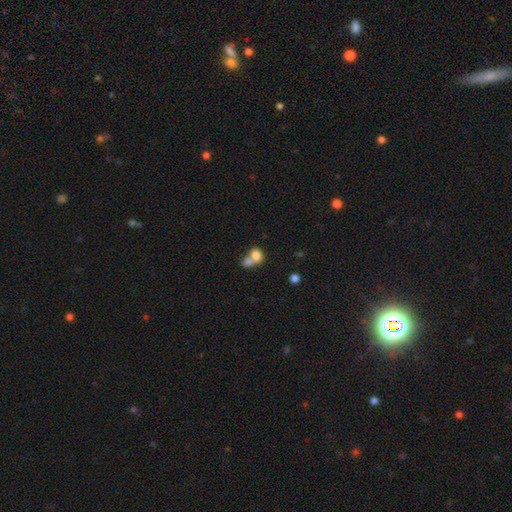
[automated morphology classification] Smooth or featured: smooth — 77% (featured or disk — 13%)
How rounded: round — 50% (in between — 48%)
Merging: merger — 66% (none — 23%)